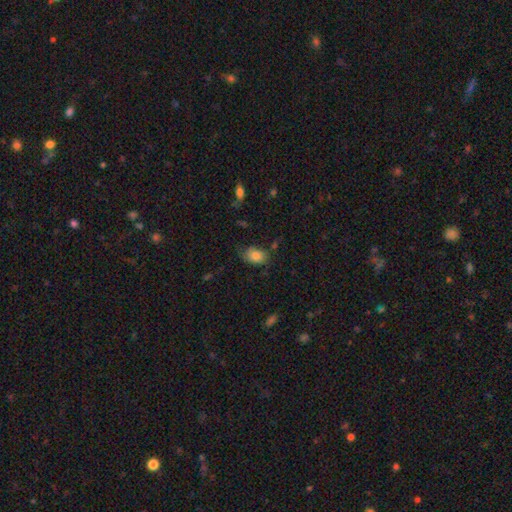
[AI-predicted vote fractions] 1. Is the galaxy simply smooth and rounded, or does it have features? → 81% smooth, 11% featured or disk, 8% star or artifact.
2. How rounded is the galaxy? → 81% in between, 17% round, 1% cigar-shaped.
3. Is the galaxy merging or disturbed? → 63% none, 27% minor disturbance, 8% major disturbance, 3% merger.